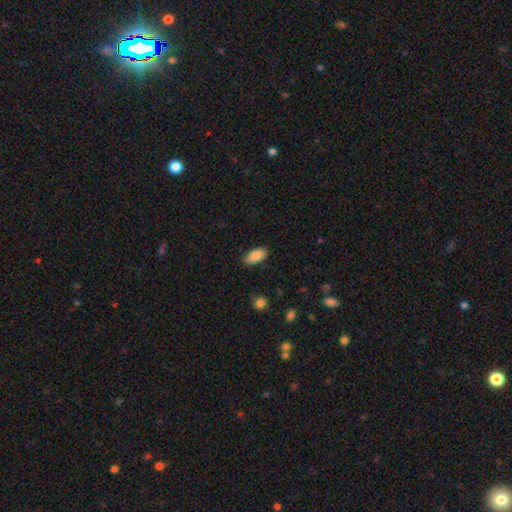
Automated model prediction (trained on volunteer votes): smooth 88%, star or artifact 7%, featured or disk 6%. Down the decision tree: how rounded — in between (91%); merging — none (84%).